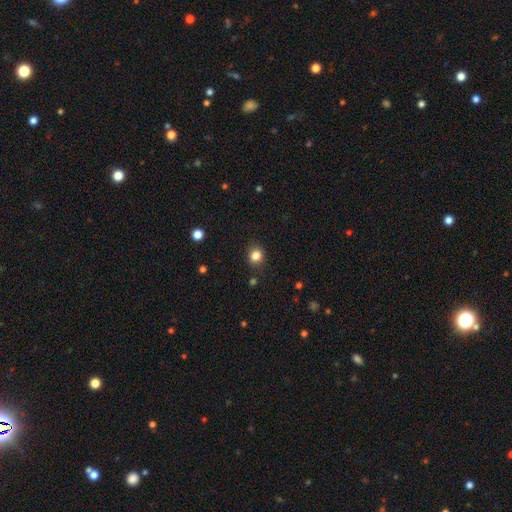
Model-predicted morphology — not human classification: This is clearly a smooth galaxy (83%). How rounded: likely round (74%). Merging: clearly none (86%).